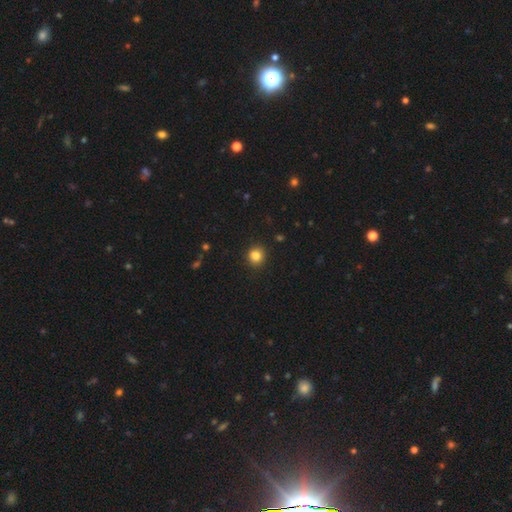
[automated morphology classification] smooth-or-featured: smooth: 84% | star or artifact: 11% | featured or disk: 4%
  how-rounded: round: 86% | in between: 13% | cigar-shaped: 1%
  merging: none: 90% | minor disturbance: 7% | major disturbance: 2% | merger: 1%